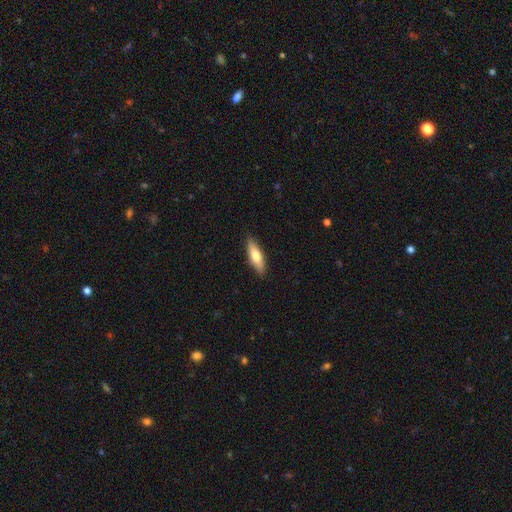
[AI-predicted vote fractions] Overall: smooth (65%; featured or disk 29%). How rounded: cigar-shaped (55%; in between 43%). Merging: none (87%).